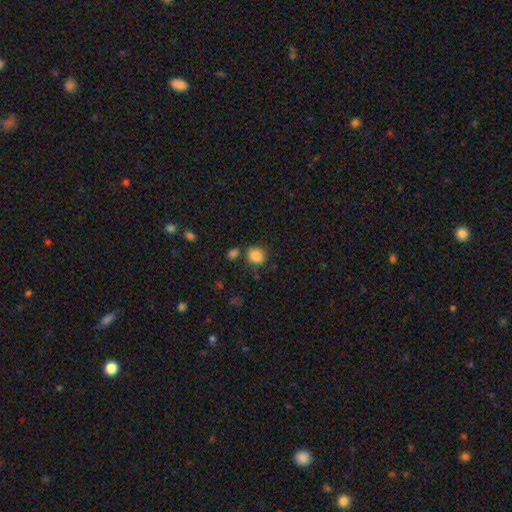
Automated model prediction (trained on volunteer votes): Smooth or featured? Predicted: smooth (p=0.85). How rounded? Predicted: round (p=0.57). Merging? Predicted: none (p=0.74).